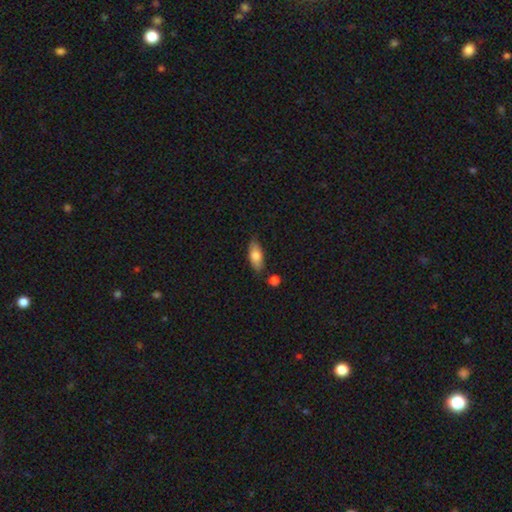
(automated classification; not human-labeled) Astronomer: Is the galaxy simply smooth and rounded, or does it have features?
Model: smooth — 78%.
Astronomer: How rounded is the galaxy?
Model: in between — 81%.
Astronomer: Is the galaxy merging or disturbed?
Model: none — 78%.